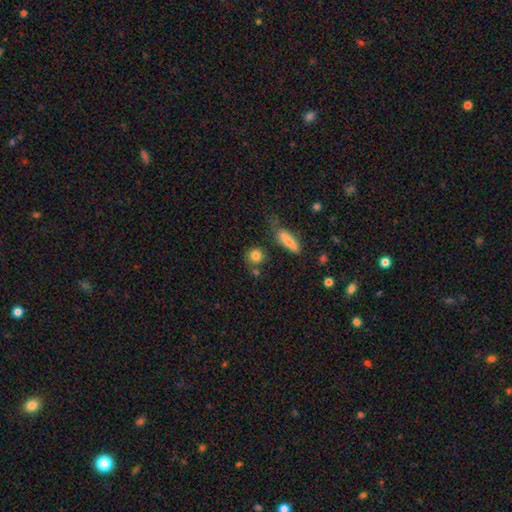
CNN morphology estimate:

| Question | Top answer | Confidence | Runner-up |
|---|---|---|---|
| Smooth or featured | smooth | 82% | star or artifact (10%) |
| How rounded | round | 83% | in between (13%) |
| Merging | none | 68% | merger (14%) |